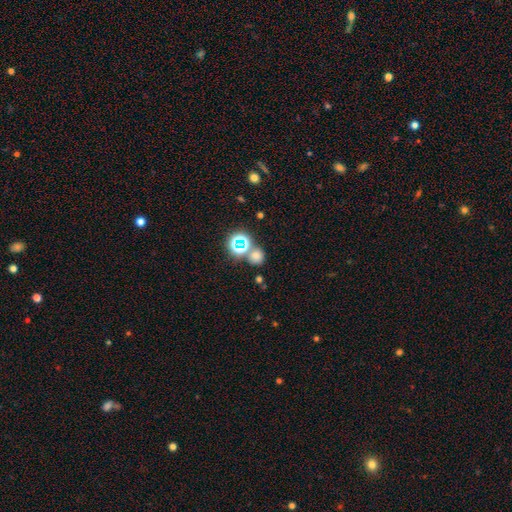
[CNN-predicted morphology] Smooth or featured?
  - smooth: 64% *
  - star or artifact: 29%
  - featured or disk: 7%
How rounded?
  - round: 84% *
  - in between: 15%
  - cigar-shaped: 1%
Merging?
  - none: 67% *
  - merger: 21%
  - minor disturbance: 8%
  - major disturbance: 4%